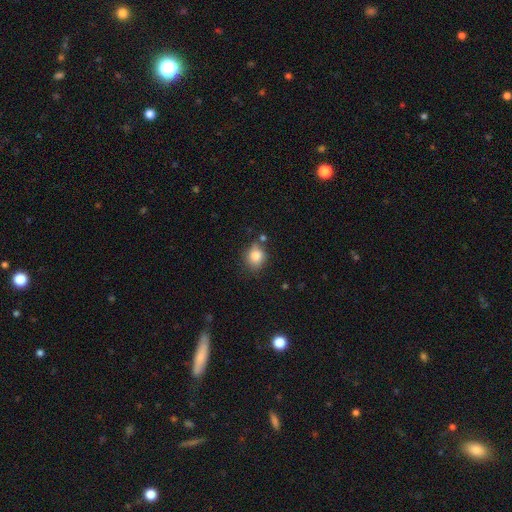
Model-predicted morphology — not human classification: This appears to be a smooth galaxy with no disk features (83%) that is round (72%). Merging: none (66%).